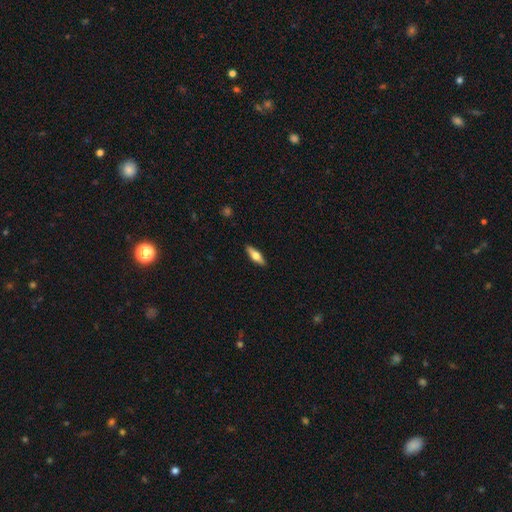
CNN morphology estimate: This is possibly a smooth galaxy (52%). How rounded: possibly cigar-shaped (51%). Merging: clearly none (90%).